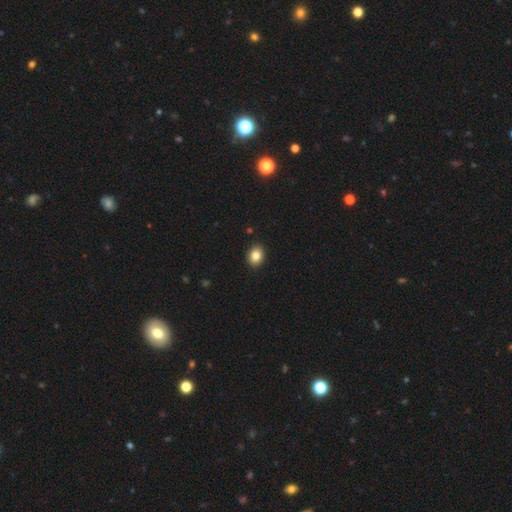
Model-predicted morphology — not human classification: smooth_or_featured: smooth (p=0.83) [alt: star or artifact p=0.09]
how_rounded: in between (p=0.58) [alt: round p=0.41]
merging: none (p=0.91) [alt: minor disturbance p=0.07]